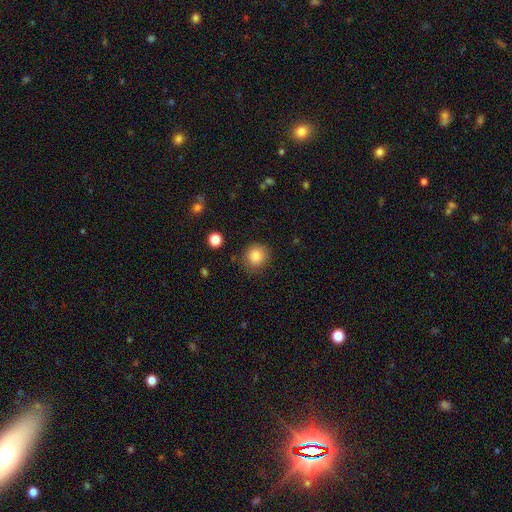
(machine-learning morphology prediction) Smooth or featured: smooth — 85% (star or artifact — 10%)
How rounded: round — 88% (in between — 11%)
Merging: none — 82% (minor disturbance — 12%)